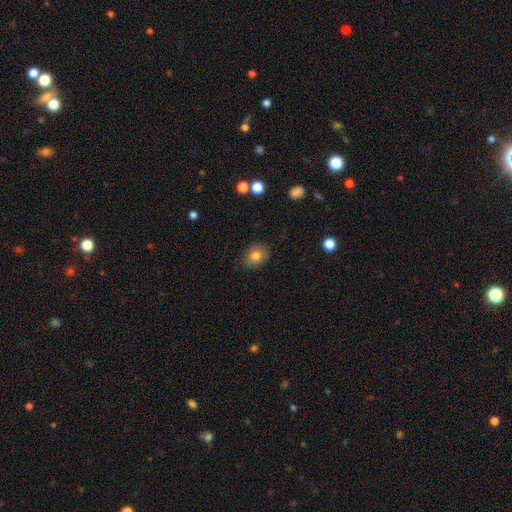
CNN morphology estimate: Smooth or featured? smooth (80%)
How rounded? in between (56%)
Merging? none (86%)